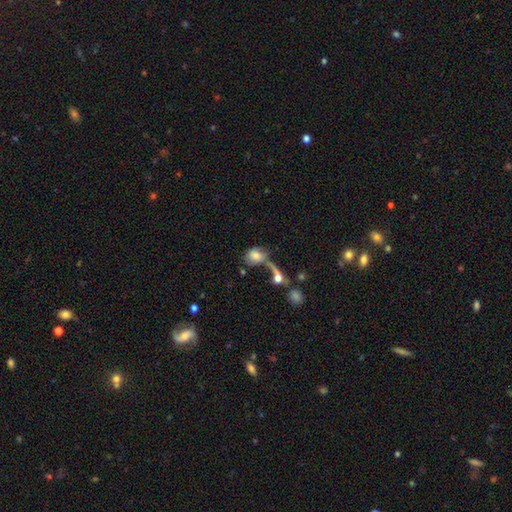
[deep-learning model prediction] smooth_or_featured: smooth (p=0.65) [alt: featured or disk p=0.26]
how_rounded: in between (p=0.55) [alt: round p=0.42]
merging: merger (p=0.41) [alt: none p=0.24]